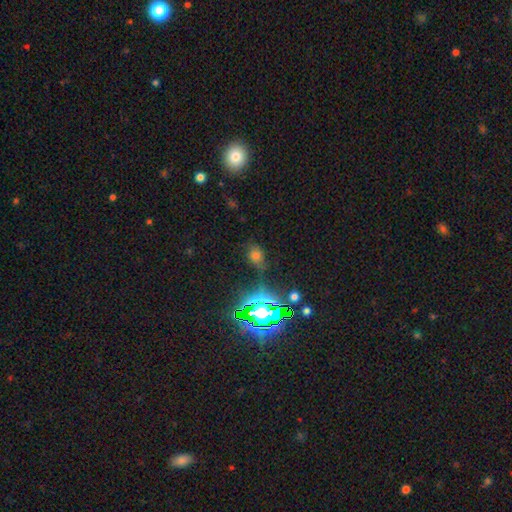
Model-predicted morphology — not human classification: This is possibly a smooth galaxy (51%). How rounded: possibly round (52%). Merging: likely none (69%).